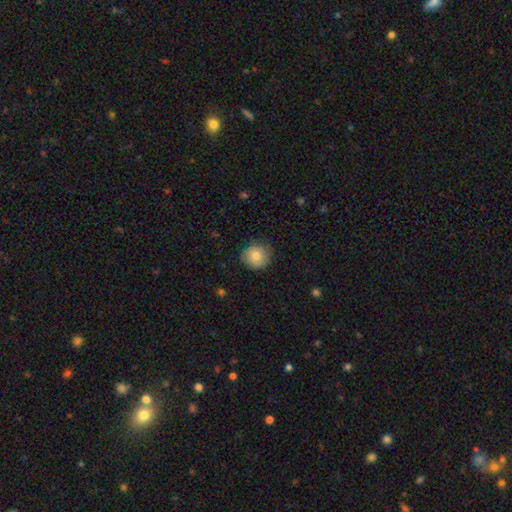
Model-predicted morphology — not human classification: smooth-or-featured: smooth: 79% | featured or disk: 12% | star or artifact: 8%
  how-rounded: round: 89% | in between: 10% | cigar-shaped: 1%
  merging: none: 79% | minor disturbance: 16% | major disturbance: 3% | merger: 1%